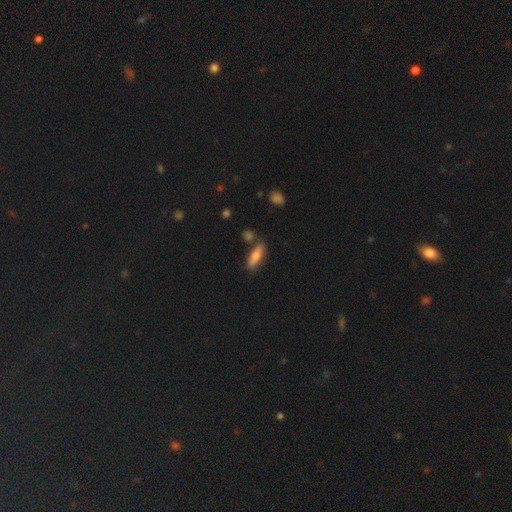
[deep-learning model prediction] Q: Smooth or featured?
A: smooth (72%); runner-up: featured or disk (22%)
Q: How rounded?
A: cigar-shaped (55%); runner-up: in between (42%)
Q: Merging?
A: none (77%); runner-up: minor disturbance (13%)